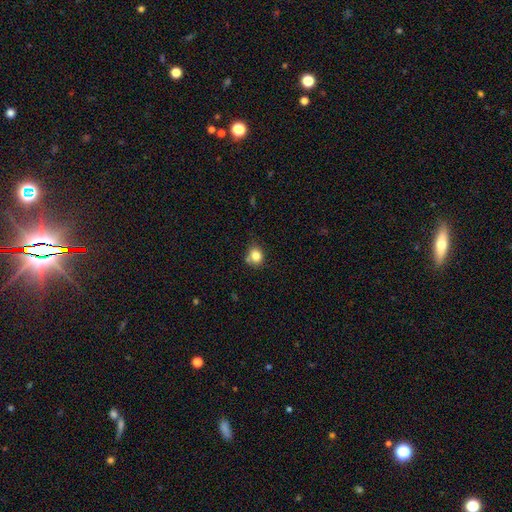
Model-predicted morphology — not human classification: smooth-or-featured: smooth: 81% | star or artifact: 11% | featured or disk: 8%
  how-rounded: round: 69% | in between: 30% | cigar-shaped: 1%
  merging: none: 63% | minor disturbance: 21% | merger: 10% | major disturbance: 5%